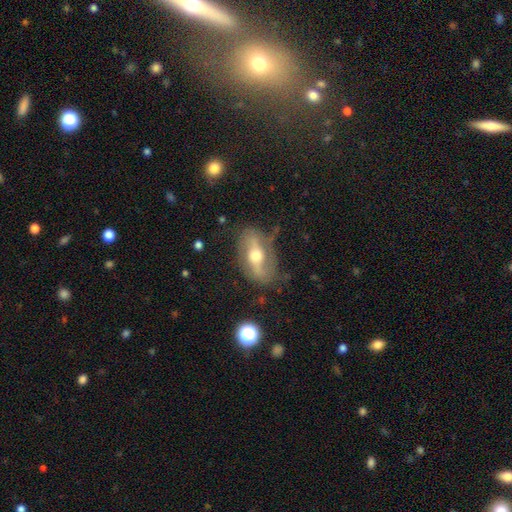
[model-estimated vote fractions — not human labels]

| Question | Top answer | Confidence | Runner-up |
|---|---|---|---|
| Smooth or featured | featured or disk | 69% | smooth (23%) |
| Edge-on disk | no | 82% | yes (18%) |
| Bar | strong | 41% | weak (32%) |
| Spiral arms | yes | 69% | no (31%) |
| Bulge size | moderate | 72% | small (15%) |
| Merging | none | 65% | minor disturbance (21%) |